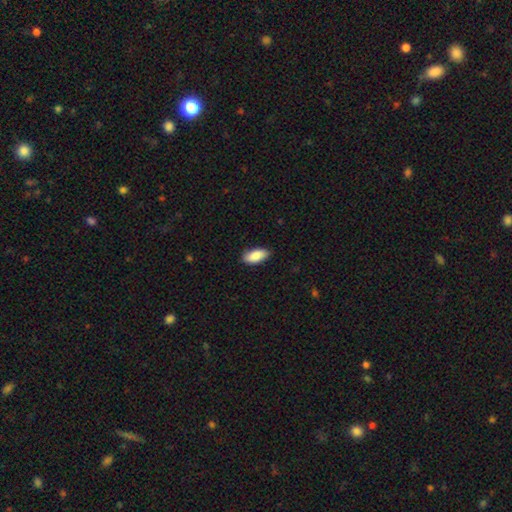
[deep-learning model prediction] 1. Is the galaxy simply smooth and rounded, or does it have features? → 87% smooth, 7% featured or disk, 6% star or artifact.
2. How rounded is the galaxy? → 90% in between, 8% cigar-shaped, 2% round.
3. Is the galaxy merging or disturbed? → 84% none, 13% minor disturbance, 2% major disturbance, 1% merger.